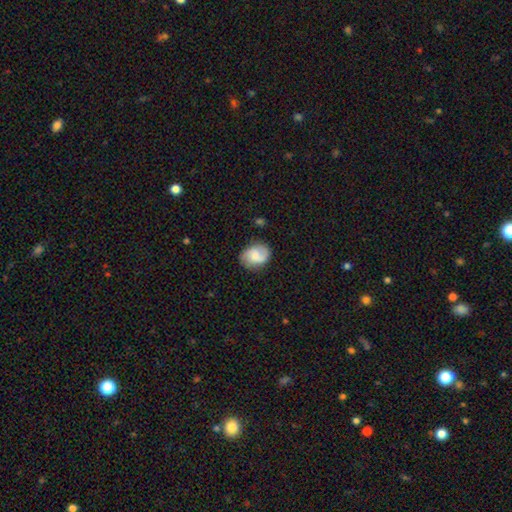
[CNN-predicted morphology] Smooth or featured? featured or disk (46%, tied with smooth)
Merging? none (74%)